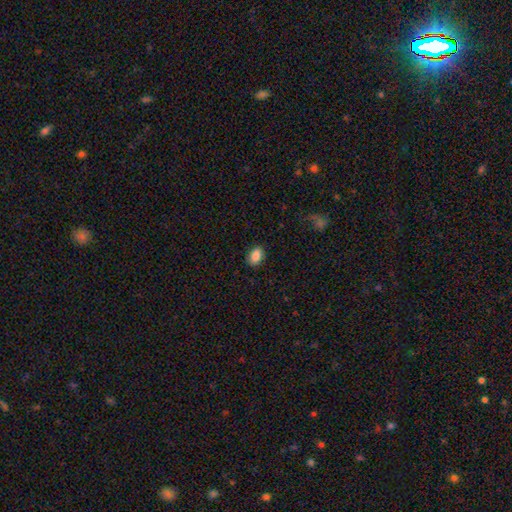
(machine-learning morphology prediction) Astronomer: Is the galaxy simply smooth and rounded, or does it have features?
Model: smooth — 87%.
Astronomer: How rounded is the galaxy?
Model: in between — 82%.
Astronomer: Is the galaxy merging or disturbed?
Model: none — 87%.